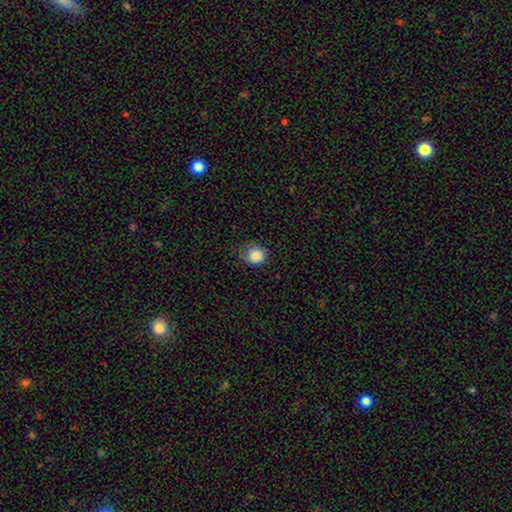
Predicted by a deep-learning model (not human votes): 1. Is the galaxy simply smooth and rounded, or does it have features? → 87% smooth, 9% star or artifact, 4% featured or disk.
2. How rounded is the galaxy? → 78% round, 22% in between, 1% cigar-shaped.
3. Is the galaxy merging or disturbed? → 58% none, 30% minor disturbance, 11% major disturbance, 1% merger.